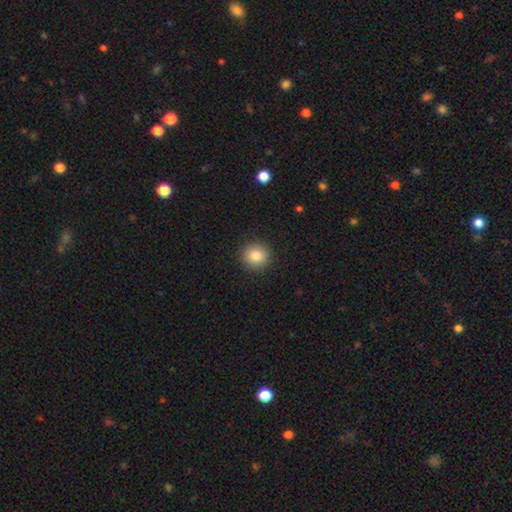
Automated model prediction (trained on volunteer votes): A smooth galaxy with no disk features (83%) that is round (92%).

Vote fractions:
- Smooth or featured? smooth: 83% / star or artifact: 10% / featured or disk: 7%
- How rounded? round: 92% / in between: 7% / cigar-shaped: 1%
- Merging? none: 91% / minor disturbance: 6% / major disturbance: 2% / merger: 1%